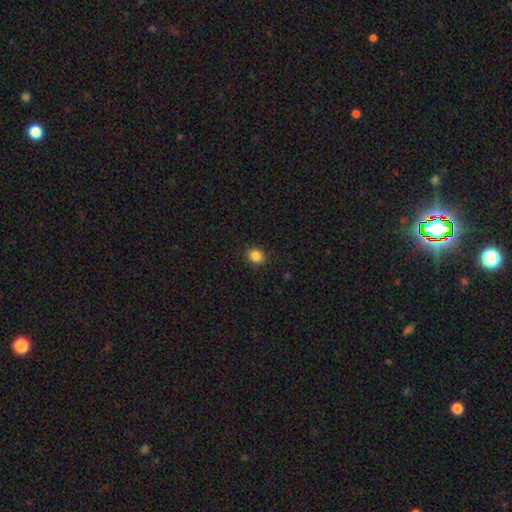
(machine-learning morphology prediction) smooth_or_featured: smooth (p=0.85) [alt: star or artifact p=0.11]
how_rounded: round (p=0.69) [alt: in between p=0.30]
merging: none (p=0.89) [alt: minor disturbance p=0.07]